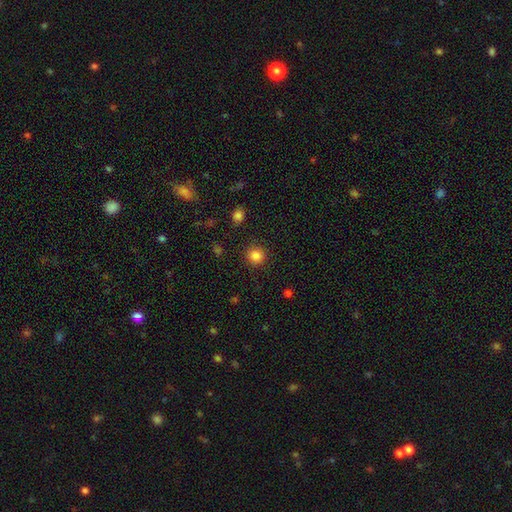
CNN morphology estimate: Smooth or featured? smooth (85%)
How rounded? round (92%)
Merging? none (89%)